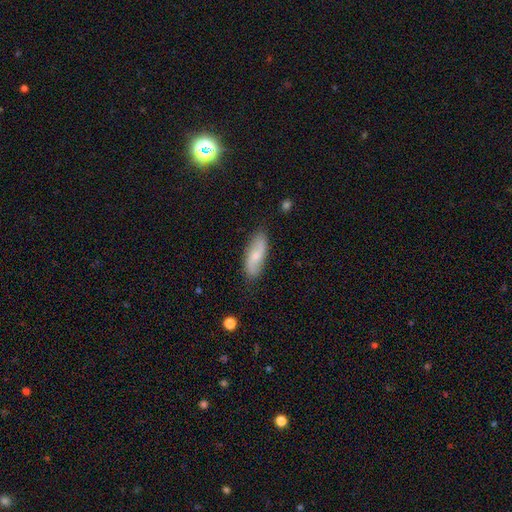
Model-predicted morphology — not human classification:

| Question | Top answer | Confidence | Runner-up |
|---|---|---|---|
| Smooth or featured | smooth | 51% | featured or disk (43%) |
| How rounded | in between | 65% | cigar-shaped (32%) |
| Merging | none | 82% | minor disturbance (14%) |